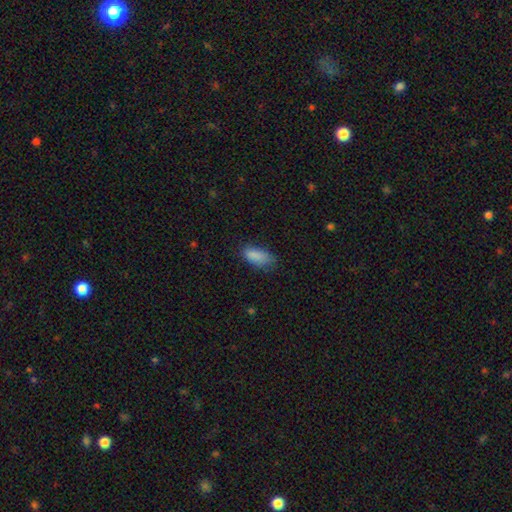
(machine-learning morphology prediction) Overall: smooth (85%). How rounded: in between (89%). Merging: none (64%; minor disturbance 27%).